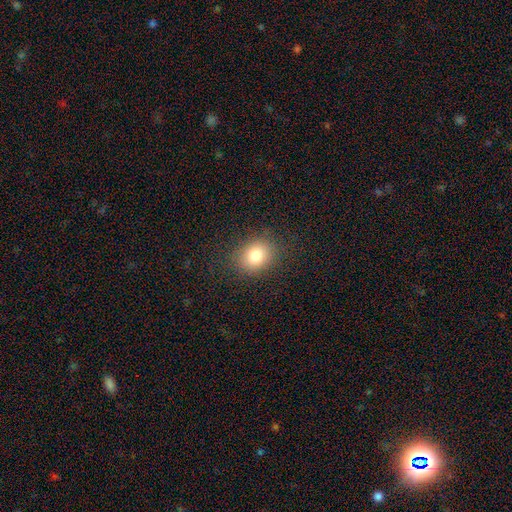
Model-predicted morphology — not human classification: smooth 82%, star or artifact 11%, featured or disk 8%. Down the decision tree: how rounded — round (50%); merging — none (85%).